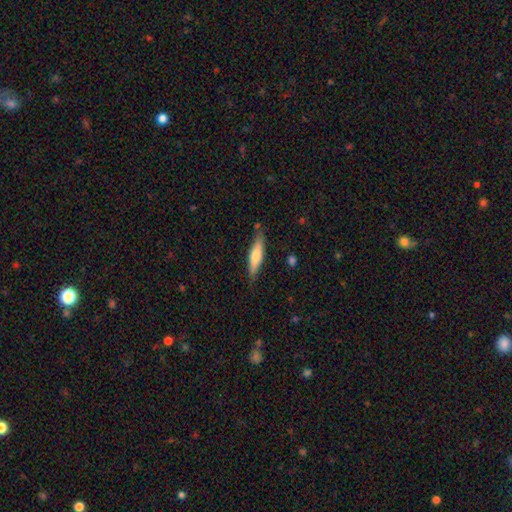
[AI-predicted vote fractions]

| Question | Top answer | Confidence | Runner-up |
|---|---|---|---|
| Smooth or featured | smooth | 60% | featured or disk (34%) |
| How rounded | cigar-shaped | 73% | in between (25%) |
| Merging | none | 80% | minor disturbance (15%) |